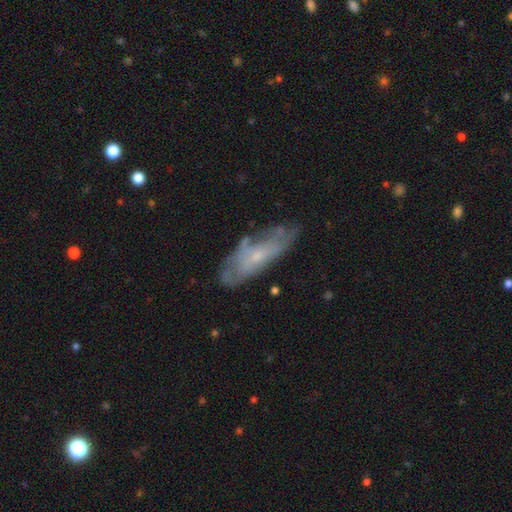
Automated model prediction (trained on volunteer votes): Smooth or featured: featured or disk — 58% (smooth — 35%)
Edge-on disk: no — 78% (yes — 22%)
Merging: none — 62% (minor disturbance — 26%)